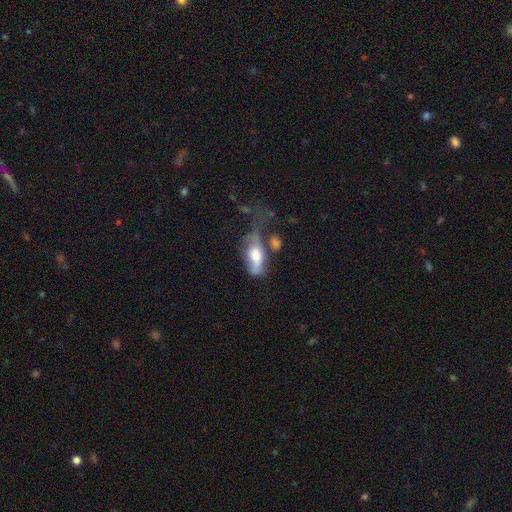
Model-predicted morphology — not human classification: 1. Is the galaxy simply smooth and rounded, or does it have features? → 58% smooth, 34% featured or disk, 8% star or artifact.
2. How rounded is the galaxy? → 82% in between, 13% cigar-shaped, 5% round.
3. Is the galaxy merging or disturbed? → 39% major disturbance, 22% merger, 20% minor disturbance, 19% none.